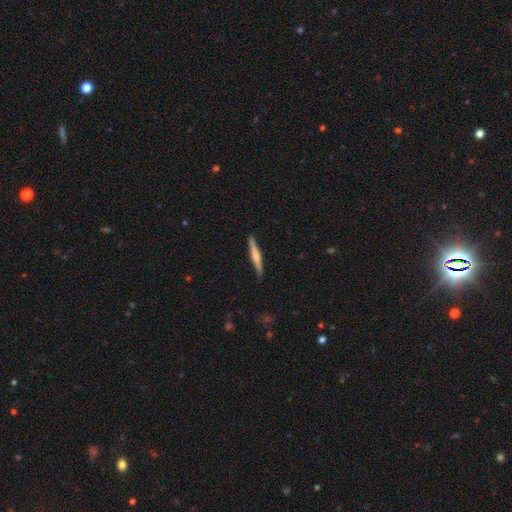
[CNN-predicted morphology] Smooth or featured: featured or disk — 49% (smooth — 46%)
Merging: none — 88% (minor disturbance — 9%)